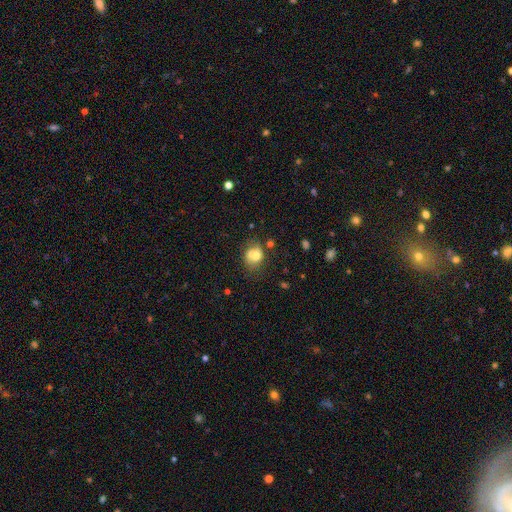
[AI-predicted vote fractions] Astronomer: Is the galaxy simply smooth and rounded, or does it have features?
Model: smooth — 69%.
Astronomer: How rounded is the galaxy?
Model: round — 58% (runner-up: in between, 41%).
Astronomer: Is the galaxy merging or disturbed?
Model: none — 56%.